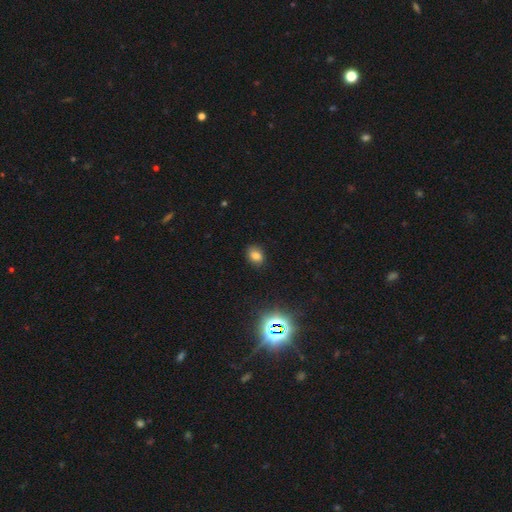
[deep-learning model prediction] Q: Smooth or featured?
A: smooth (76%); runner-up: star or artifact (17%)
Q: How rounded?
A: in between (60%); runner-up: round (39%)
Q: Merging?
A: none (84%); runner-up: minor disturbance (12%)